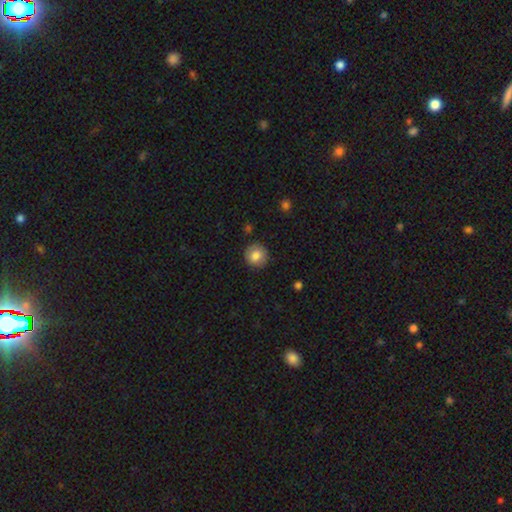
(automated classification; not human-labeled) The model was most divided on "smooth or featured": smooth: 83%, featured or disk: 9%, star or artifact: 8%. More confident: how rounded — round (92%); merging — none (89%).